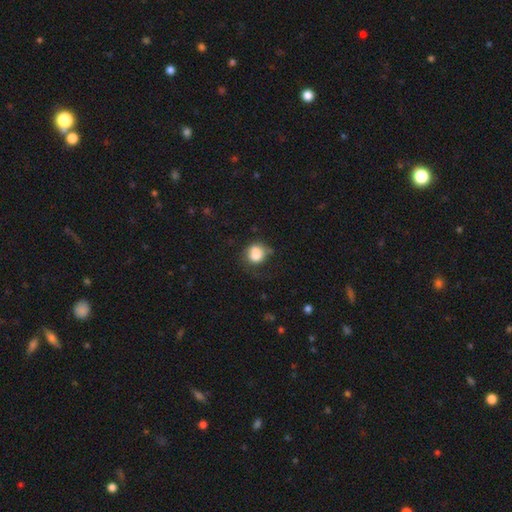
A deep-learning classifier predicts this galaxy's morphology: smooth_or_featured: smooth (p=0.82) [alt: featured or disk p=0.09]
how_rounded: round (p=0.65) [alt: in between p=0.34]
merging: none (p=0.46) [alt: minor disturbance p=0.32]